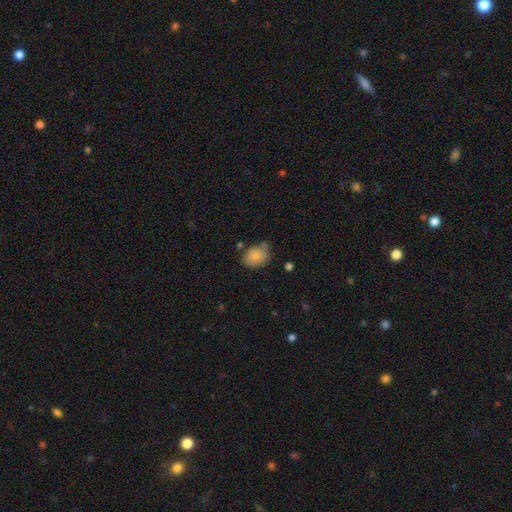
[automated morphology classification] The model was most divided on "how rounded": in between: 65%, round: 34%, cigar-shaped: 1%. More confident: smooth or featured — smooth (83%); merging — none (63%).